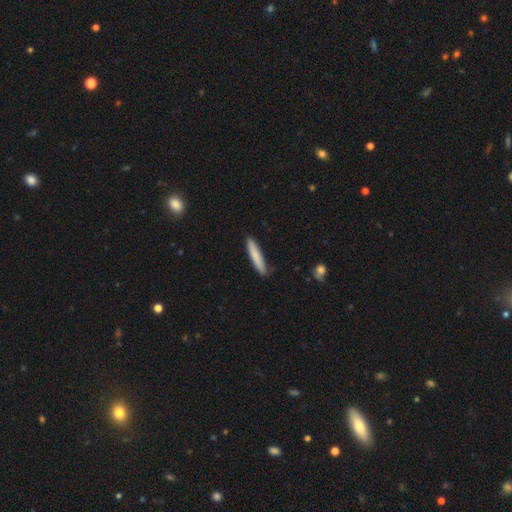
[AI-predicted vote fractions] Smooth or featured? Predicted: smooth (p=0.81). How rounded? Predicted: cigar-shaped (p=0.92). Merging? Predicted: none (p=0.85).